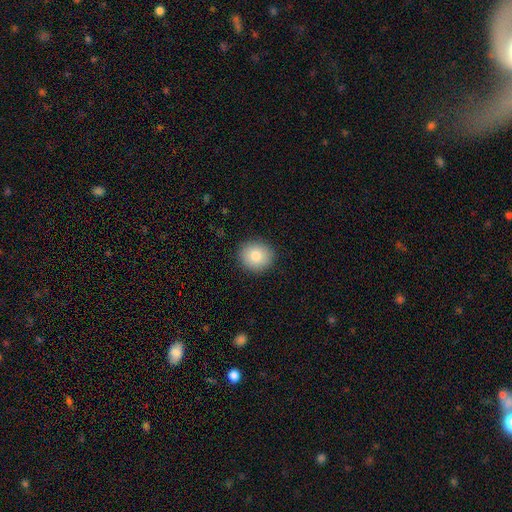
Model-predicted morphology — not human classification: This is clearly a smooth galaxy (83%). How rounded: clearly round (86%). Merging: clearly none (90%).